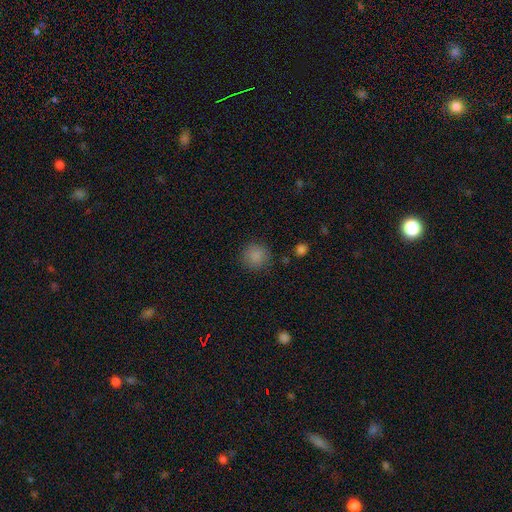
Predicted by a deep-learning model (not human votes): A smooth galaxy with no disk features (85%) that is round (92%). Merging: none (86%).